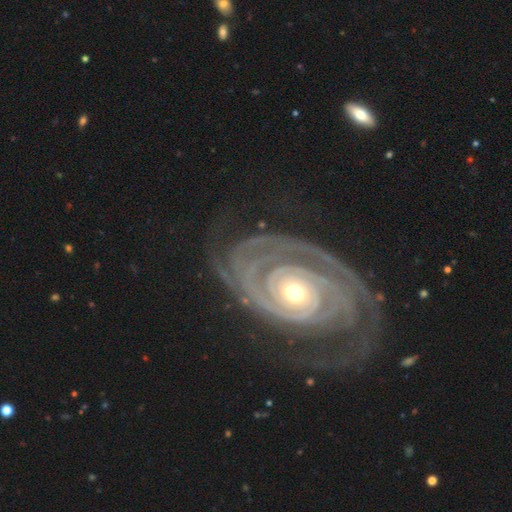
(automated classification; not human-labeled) featured or disk 93%, star or artifact 4%, smooth 3%. Down the decision tree: edge-on disk — no (96%); bar — no (74%); spiral arms — yes (98%); spiral arm count — 2 (40%); spiral winding — tight (86%); bulge size — moderate (61%); merging — none (72%).